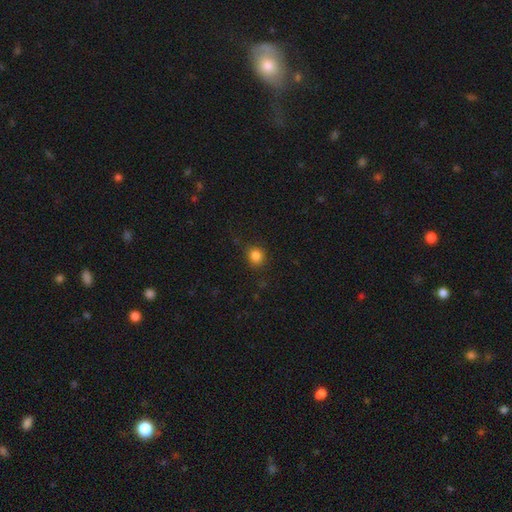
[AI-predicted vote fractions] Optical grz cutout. It shows a smooth galaxy with no disk features (84%) that is round (82%). Merging: none (83%).